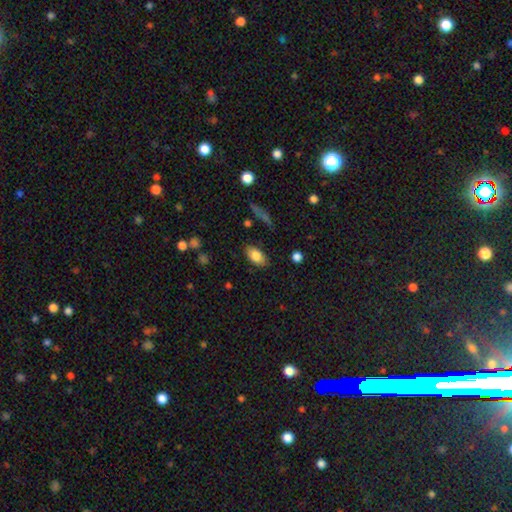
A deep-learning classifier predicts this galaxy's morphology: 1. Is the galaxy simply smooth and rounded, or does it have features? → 82% smooth, 10% featured or disk, 8% star or artifact.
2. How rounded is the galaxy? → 91% in between, 6% round, 3% cigar-shaped.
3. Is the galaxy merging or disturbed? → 83% none, 12% minor disturbance, 3% major disturbance, 2% merger.